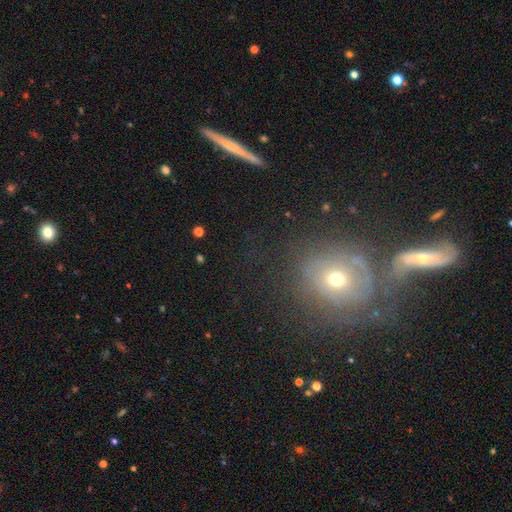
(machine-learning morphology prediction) Smooth or featured? featured or disk (41%)
Merging? none (73%)